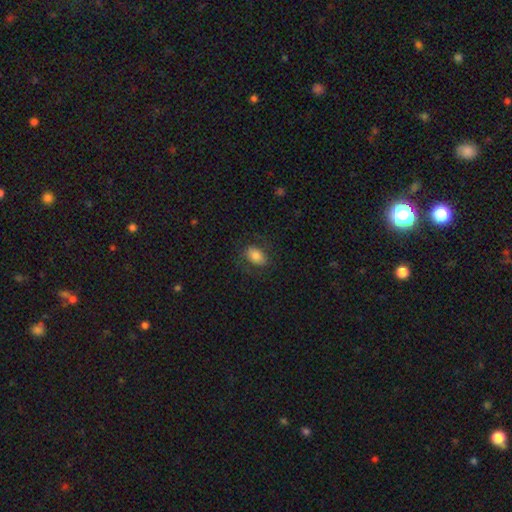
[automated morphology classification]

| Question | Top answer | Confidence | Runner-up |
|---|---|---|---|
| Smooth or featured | smooth | 75% | featured or disk (16%) |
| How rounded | in between | 84% | round (15%) |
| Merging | none | 74% | minor disturbance (15%) |